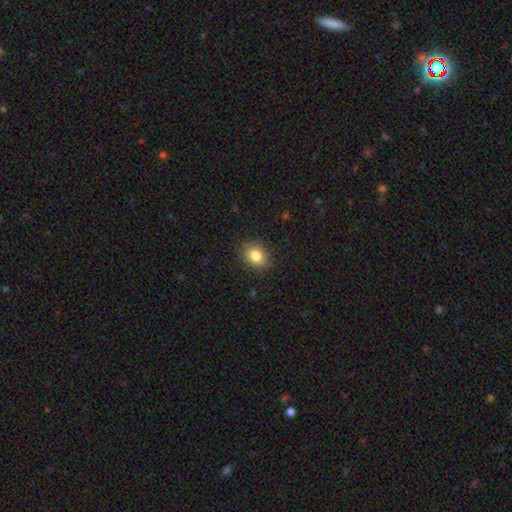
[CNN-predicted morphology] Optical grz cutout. It shows a smooth galaxy with no disk features (83%) that is in between round and cigar-shaped (56%). Merging: none (88%).